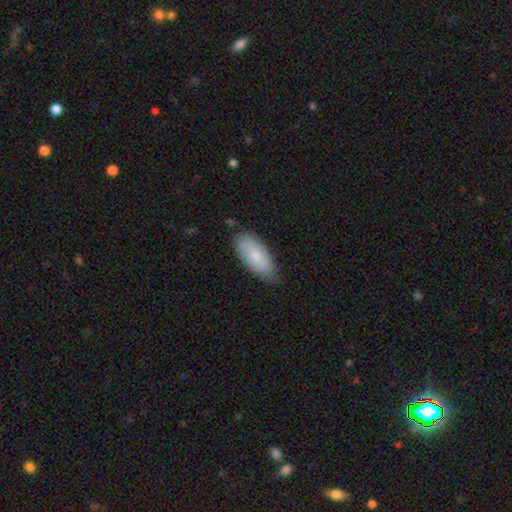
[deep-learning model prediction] This is likely a smooth galaxy (75%). How rounded: clearly in between (89%). Merging: likely none (74%).